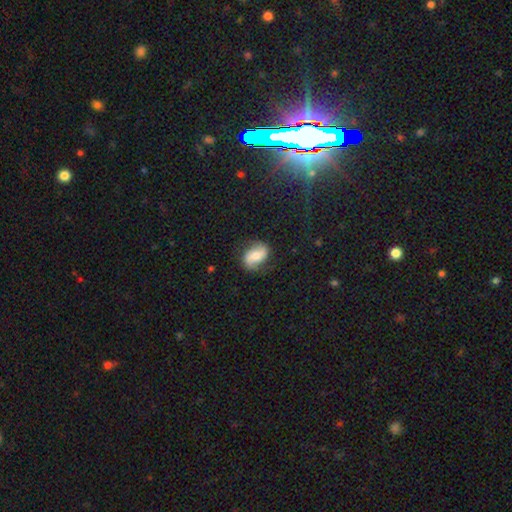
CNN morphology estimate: Smooth or featured? Predicted: featured or disk (p=0.63). Edge-on disk? Predicted: no (p=0.97). Bar? Predicted: no (p=0.47). Spiral arms? Predicted: yes (p=0.92). Spiral winding? Predicted: loose (p=0.45). Spiral arm count? Predicted: 2 (p=0.91). Bulge size? Predicted: moderate (p=0.58). Merging? Predicted: none (p=0.79).